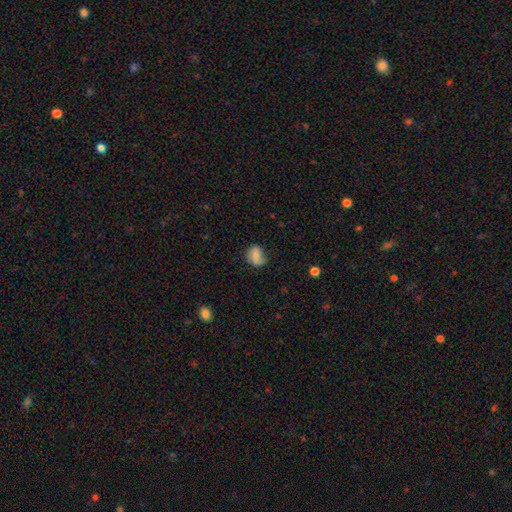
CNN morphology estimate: Smooth or featured? Predicted: smooth (p=0.66). How rounded? Predicted: round (p=0.54). Merging? Predicted: none (p=0.54).